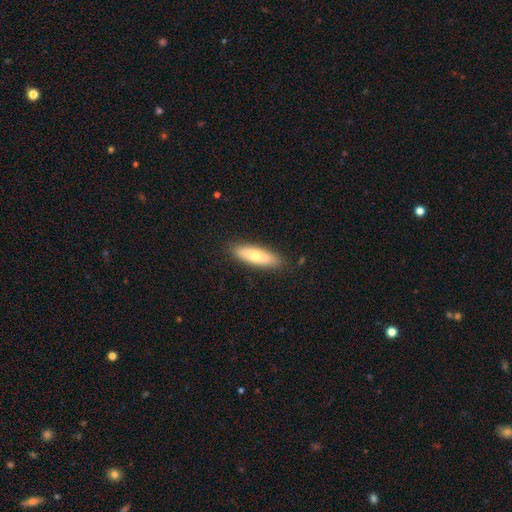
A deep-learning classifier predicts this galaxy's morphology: smooth_or_featured: smooth (p=0.68) [alt: featured or disk p=0.26]
how_rounded: cigar-shaped (p=0.52) [alt: in between p=0.46]
merging: none (p=0.87) [alt: minor disturbance p=0.10]